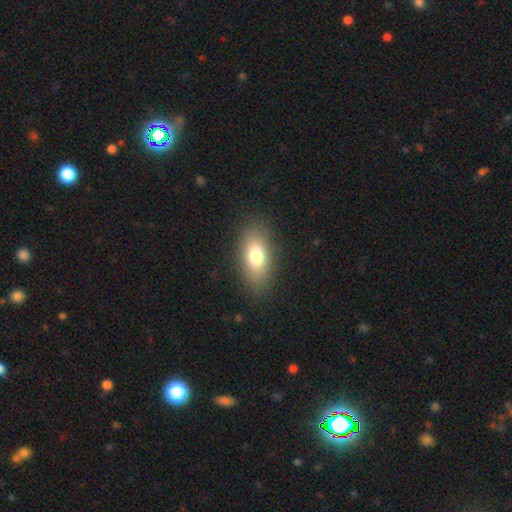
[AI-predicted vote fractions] This is likely a smooth galaxy (76%). How rounded: clearly in between (86%). Merging: clearly none (85%).